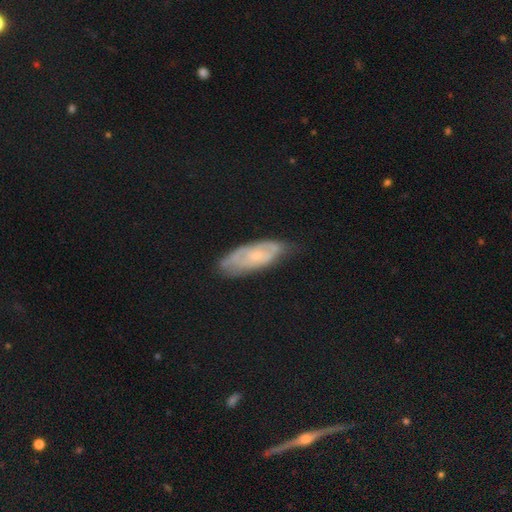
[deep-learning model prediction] Overall: featured or disk (59%; smooth 32%). Edge-on disk: no (84%). Merging: none (66%).